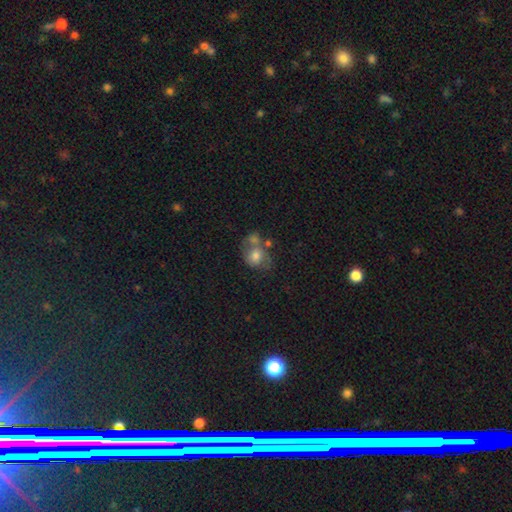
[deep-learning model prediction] This is likely a smooth galaxy (64%). How rounded: possibly round (53%). Merging: marginally merger (40%).